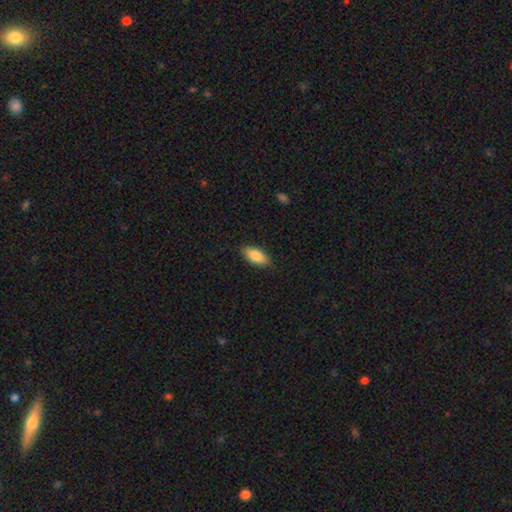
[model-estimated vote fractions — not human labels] Q: Smooth or featured?
A: smooth (84%); runner-up: featured or disk (10%)
Q: How rounded?
A: in between (86%); runner-up: cigar-shaped (11%)
Q: Merging?
A: none (85%); runner-up: minor disturbance (12%)